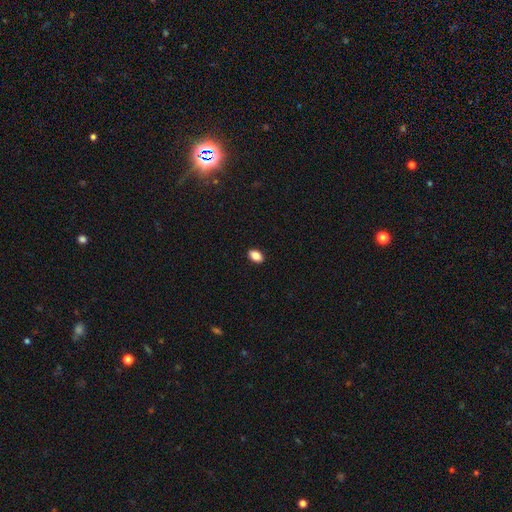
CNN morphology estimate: This appears to be a smooth galaxy with no disk features (86%) that is in between round and cigar-shaped (88%). Merging: none (90%).